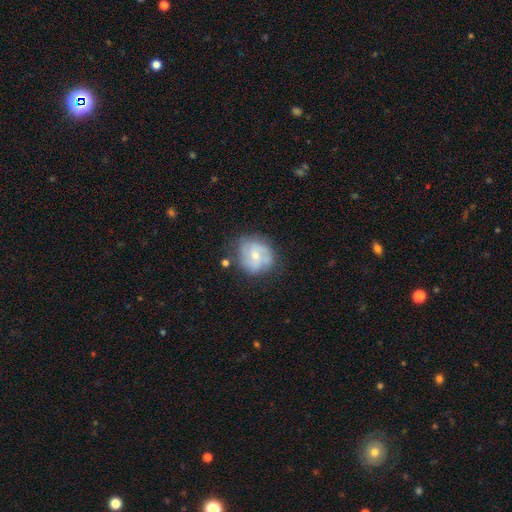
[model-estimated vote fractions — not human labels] This is possibly a featured or disk galaxy (55%). It is clearly not viewed edge-on (97%). Bar: possibly no (57%). Spiral arm pattern: likely yes (74%). Central bulge: possibly small (53%). Merging: likely none (65%).